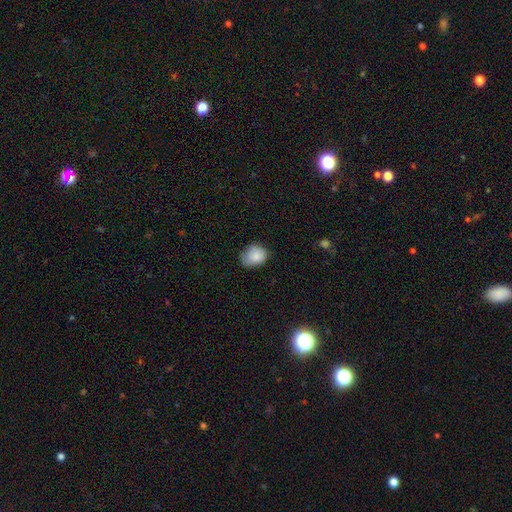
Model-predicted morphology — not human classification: smooth-or-featured: smooth: 83% | featured or disk: 9% | star or artifact: 8%
  how-rounded: round: 50% | in between: 49% | cigar-shaped: 1%
  merging: none: 60% | minor disturbance: 32% | major disturbance: 7% | merger: 1%